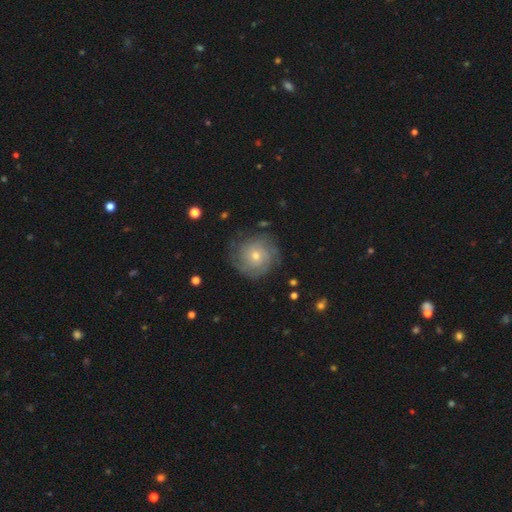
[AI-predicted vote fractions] This is likely a featured or disk galaxy (67%). It is clearly not viewed edge-on (97%). Bar: clearly no (82%). Spiral arm pattern: clearly yes (87%). Spiral arm count: possibly can't tell (47%). Spiral winding: likely tight (70%). Central bulge: possibly small (58%). Merging: likely none (78%).